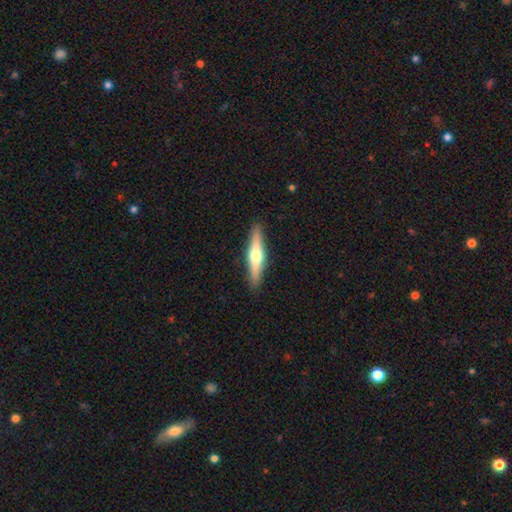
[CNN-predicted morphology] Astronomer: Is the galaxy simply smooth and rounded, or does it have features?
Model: featured or disk — 59% (runner-up: smooth, 36%).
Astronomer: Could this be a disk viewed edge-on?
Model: yes — 96%.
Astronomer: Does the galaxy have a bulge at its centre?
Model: rounded — 93%.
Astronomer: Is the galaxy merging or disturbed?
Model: none — 91%.